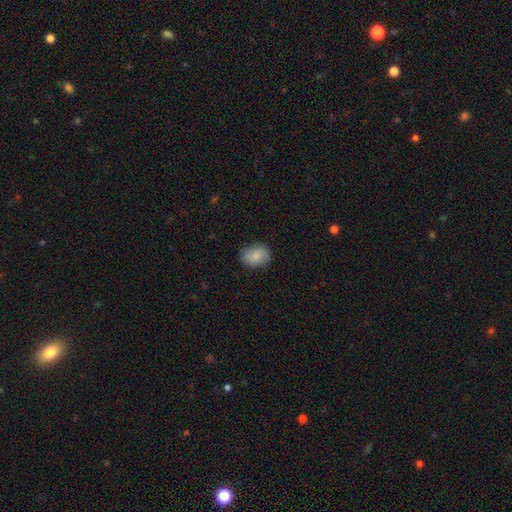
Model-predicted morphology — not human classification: This appears to be a smooth galaxy with no disk features (74%) that is in between round and cigar-shaped (54%). Merging: none (80%).